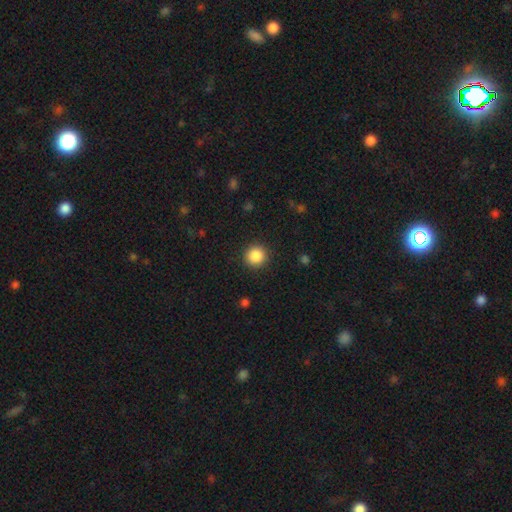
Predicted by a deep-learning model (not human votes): This appears to be a smooth galaxy with no disk features (87%) that is round (94%). Merging: none (91%).